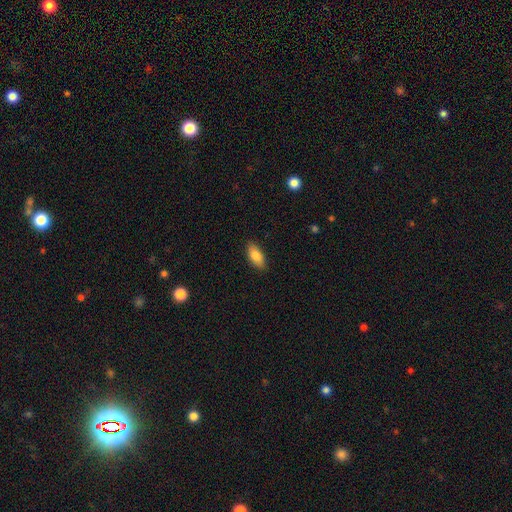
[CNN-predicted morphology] This appears to be a smooth galaxy with no disk features (84%) that is in between round and cigar-shaped (87%). Merging: none (87%).